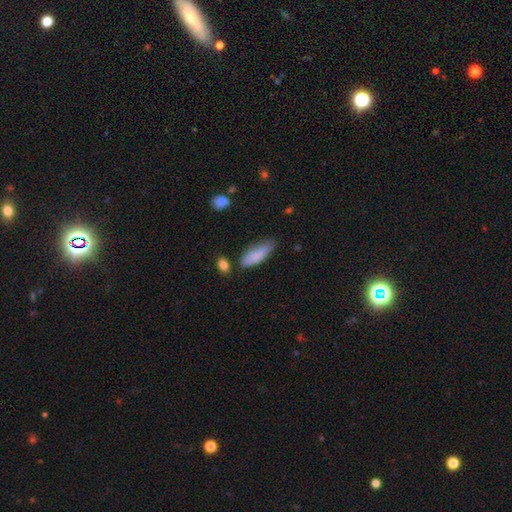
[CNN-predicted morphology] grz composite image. It shows a smooth galaxy with no disk features (81%) that is in between round and cigar-shaped (60%). Merging: none (52%).